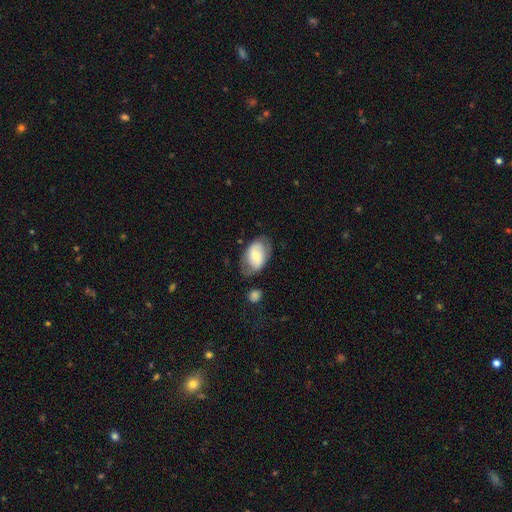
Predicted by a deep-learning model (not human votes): smooth 58%, featured or disk 36%, star or artifact 7%. Down the decision tree: how rounded — in between (88%); merging — none (64%).